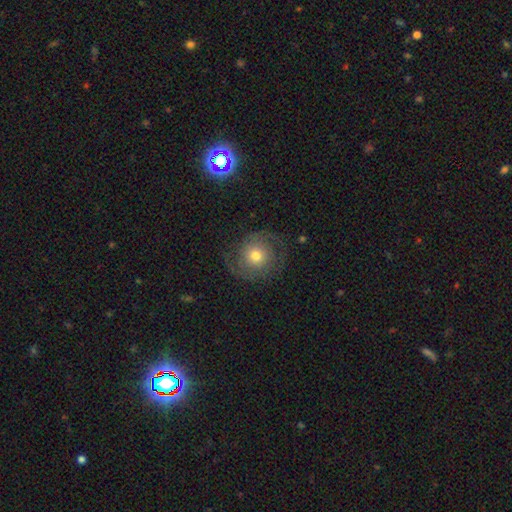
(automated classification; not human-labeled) smooth_or_featured: featured or disk (p=0.68) [alt: smooth p=0.24]
disk_edge_on: no (p=0.97) [alt: yes p=0.03]
bar: no (p=0.81) [alt: weak p=0.16]
has_spiral_arms: yes (p=0.89) [alt: no p=0.11]
spiral_winding: medium (p=0.41) [alt: tight p=0.40]
spiral_arm_count: 2 (p=0.78) [alt: can't tell p=0.10]
bulge_size: moderate (p=0.68) [alt: small p=0.20]
merging: none (p=0.75) [alt: minor disturbance p=0.14]